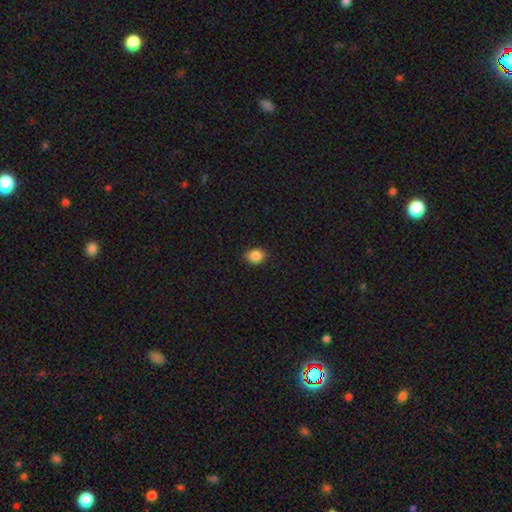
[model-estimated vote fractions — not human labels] Smooth or featured? Predicted: smooth (p=0.86). How rounded? Predicted: round (p=0.65). Merging? Predicted: none (p=0.89).